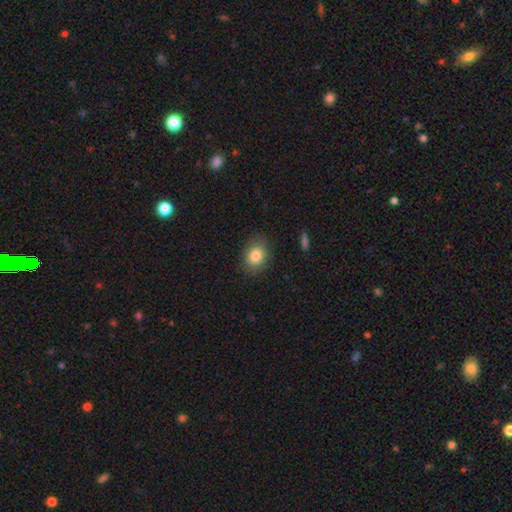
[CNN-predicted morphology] A smooth galaxy with no disk features (82%) that is in between round and cigar-shaped (61%). Merging: none (85%).